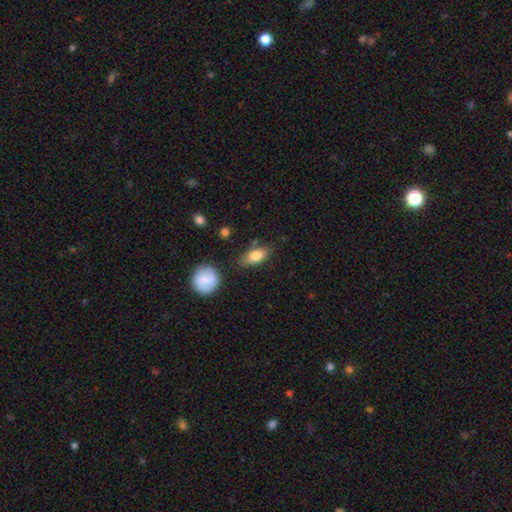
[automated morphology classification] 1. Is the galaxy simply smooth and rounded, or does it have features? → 78% smooth, 15% featured or disk, 7% star or artifact.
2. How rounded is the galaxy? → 83% in between, 9% cigar-shaped, 7% round.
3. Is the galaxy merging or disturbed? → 74% none, 17% minor disturbance, 4% merger, 4% major disturbance.